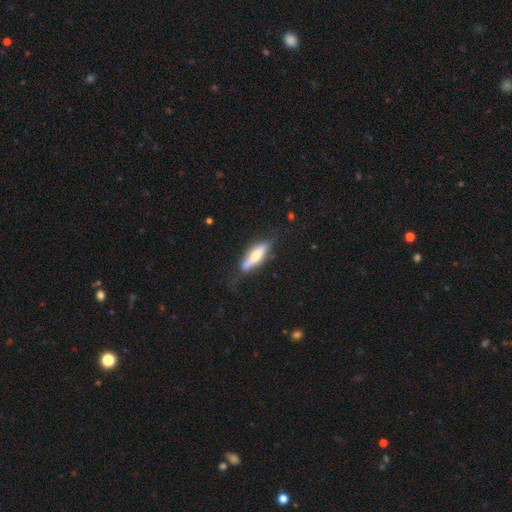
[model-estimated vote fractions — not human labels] smooth_or_featured: featured or disk (p=0.48) [alt: smooth p=0.47]
merging: none (p=0.67) [alt: minor disturbance p=0.24]